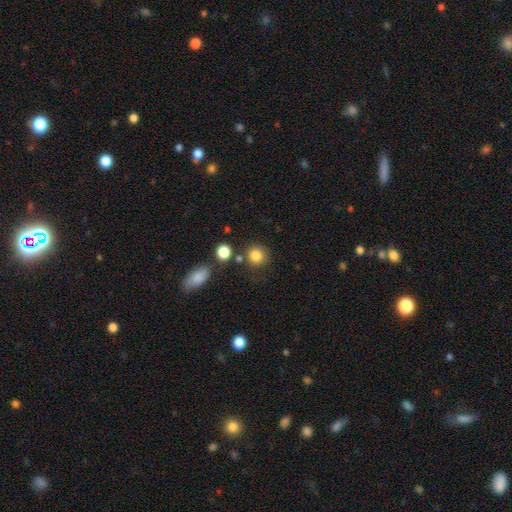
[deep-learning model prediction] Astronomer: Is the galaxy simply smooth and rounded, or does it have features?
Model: smooth — 83%.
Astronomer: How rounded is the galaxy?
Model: round — 89%.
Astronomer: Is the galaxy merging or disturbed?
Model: none — 78%.